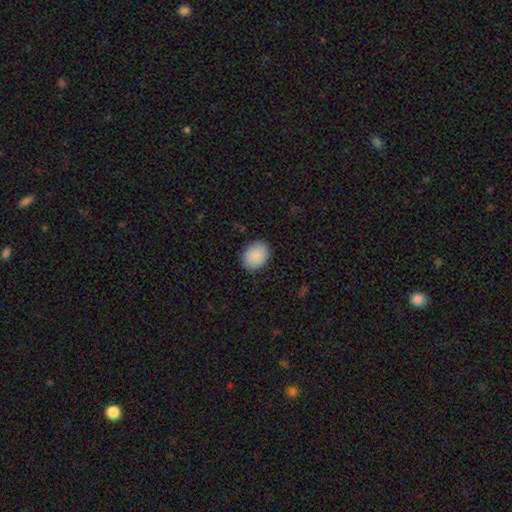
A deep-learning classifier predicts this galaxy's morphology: This is clearly a smooth galaxy (90%). How rounded: likely in between (63%). Merging: clearly none (88%).